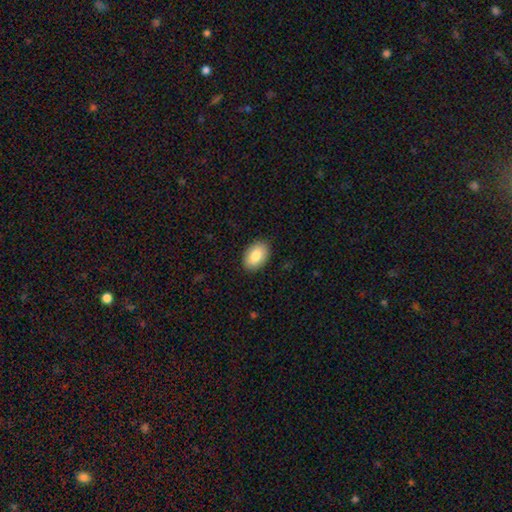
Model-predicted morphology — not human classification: smooth_or_featured: smooth (p=0.81) [alt: featured or disk p=0.13]
how_rounded: in between (p=0.88) [alt: round p=0.11]
merging: none (p=0.88) [alt: minor disturbance p=0.09]